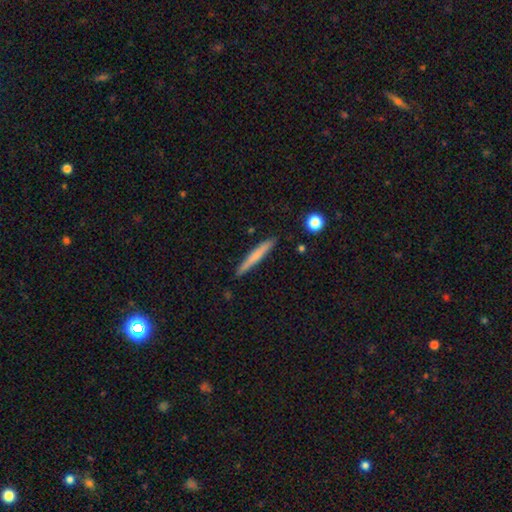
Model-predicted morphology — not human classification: type=smooth (65%); roundness=cigar-shaped (96%); merging=none (88%).